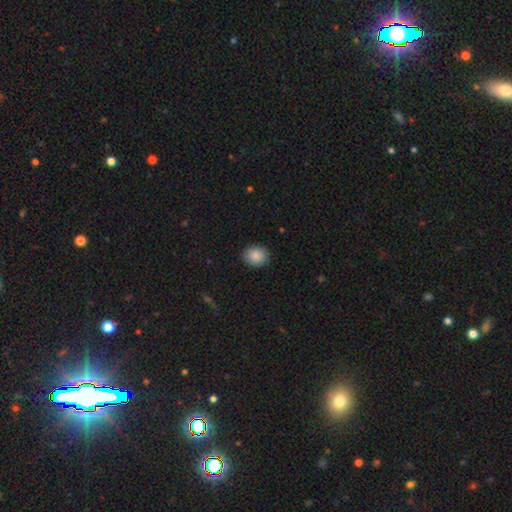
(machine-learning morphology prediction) Smooth or featured? smooth (88%)
How rounded? round (69%)
Merging? none (89%)